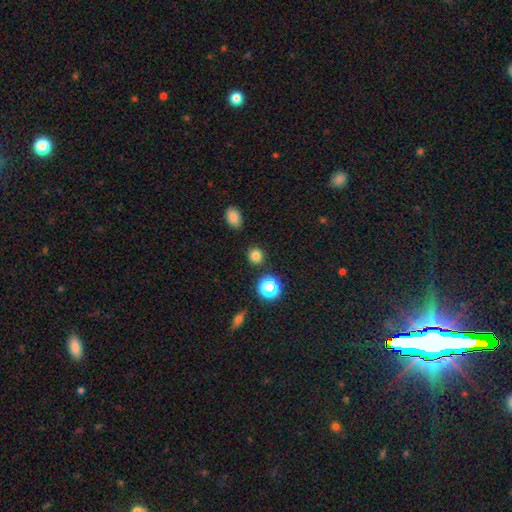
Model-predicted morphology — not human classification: smooth 79%, star or artifact 17%, featured or disk 5%. Down the decision tree: how rounded — round (87%); merging — none (87%).